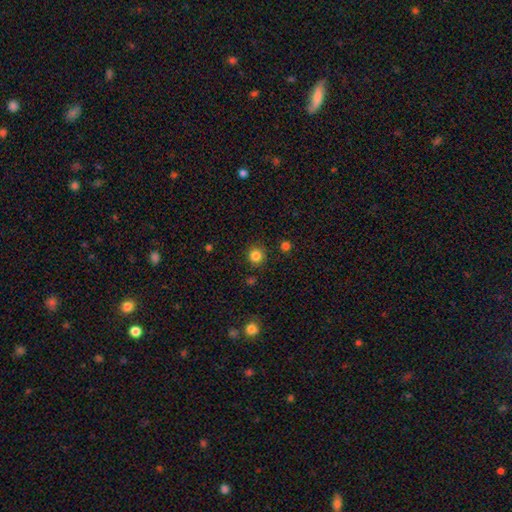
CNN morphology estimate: smooth 83%, star or artifact 13%, featured or disk 4%. Down the decision tree: how rounded — round (92%); merging — none (87%).